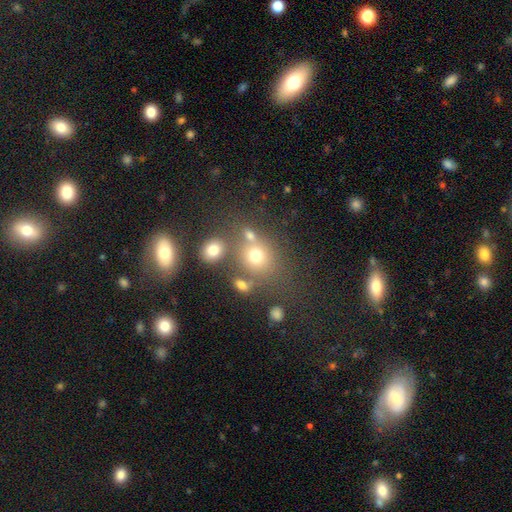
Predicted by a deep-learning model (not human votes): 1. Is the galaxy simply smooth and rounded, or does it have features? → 70% smooth, 18% star or artifact, 12% featured or disk.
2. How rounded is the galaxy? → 74% round, 25% in between, 1% cigar-shaped.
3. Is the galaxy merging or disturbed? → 57% none, 24% merger, 12% minor disturbance, 7% major disturbance.